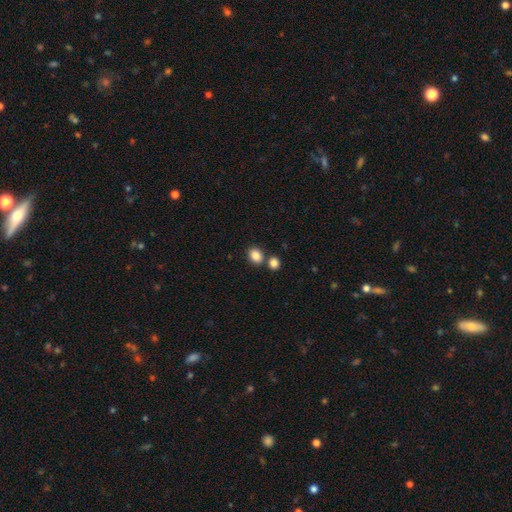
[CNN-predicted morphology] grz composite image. It shows a smooth galaxy with no disk features (85%) that is round (57%). Merging: none (71%).